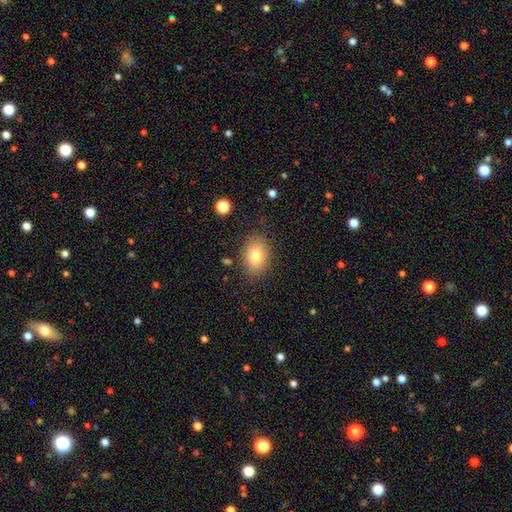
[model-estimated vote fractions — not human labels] This appears to be a smooth galaxy with no disk features (78%) that is in between round and cigar-shaped (77%). Merging: none (83%).